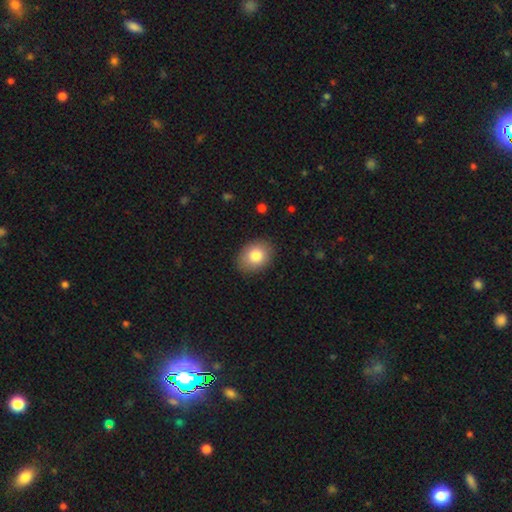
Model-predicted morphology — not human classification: Smooth or featured? smooth (82%)
How rounded? in between (61%)
Merging? none (87%)